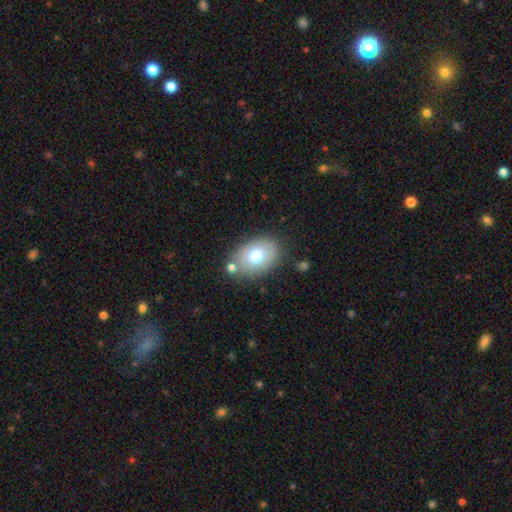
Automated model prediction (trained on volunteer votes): A smooth galaxy with no disk features (72%) that is in between round and cigar-shaped (81%). Merging: none (71%).